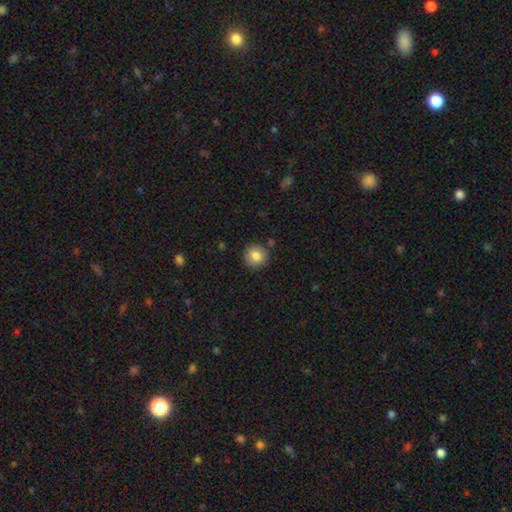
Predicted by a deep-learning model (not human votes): smooth_or_featured: smooth (p=0.84) [alt: star or artifact p=0.09]
how_rounded: round (p=0.92) [alt: in between p=0.07]
merging: none (p=0.86) [alt: minor disturbance p=0.09]